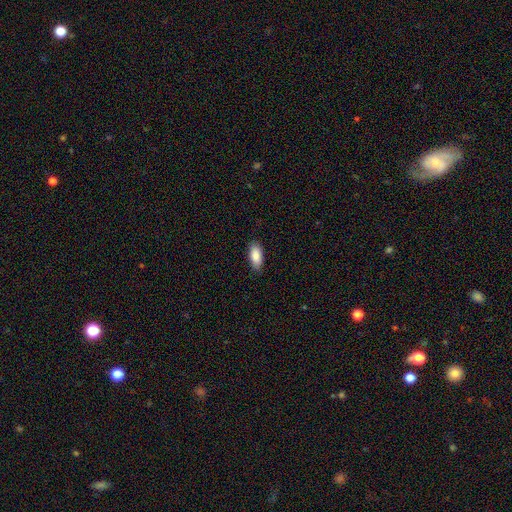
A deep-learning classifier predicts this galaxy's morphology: smooth 88%, star or artifact 6%, featured or disk 6%. Down the decision tree: how rounded — in between (88%); merging — none (86%).